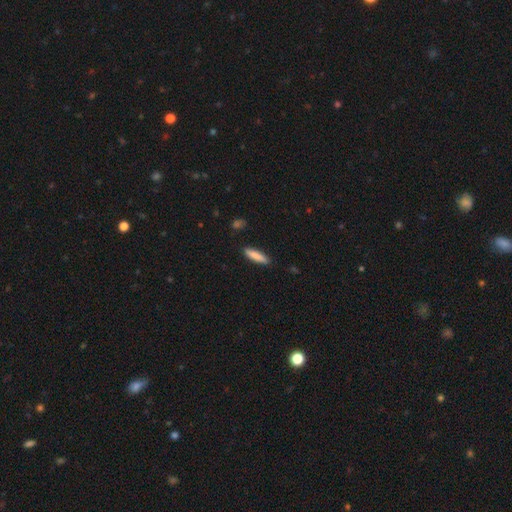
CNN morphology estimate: Overall: smooth (86%). How rounded: cigar-shaped (76%). Merging: none (87%).